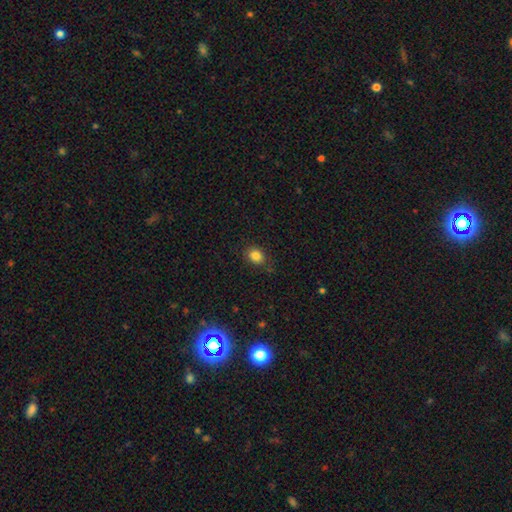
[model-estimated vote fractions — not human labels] Smooth or featured? smooth (83%)
How rounded? round (50%)
Merging? none (82%)